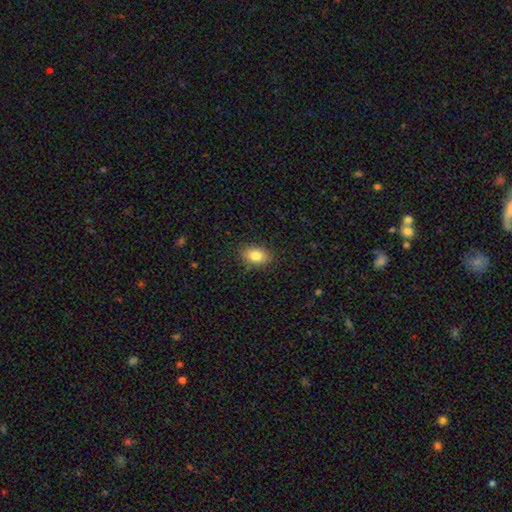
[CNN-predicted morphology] Smooth or featured?
  - smooth: 82% *
  - featured or disk: 9%
  - star or artifact: 9%
How rounded?
  - in between: 82% *
  - round: 17%
  - cigar-shaped: 2%
Merging?
  - none: 83% *
  - minor disturbance: 13%
  - major disturbance: 3%
  - merger: 1%